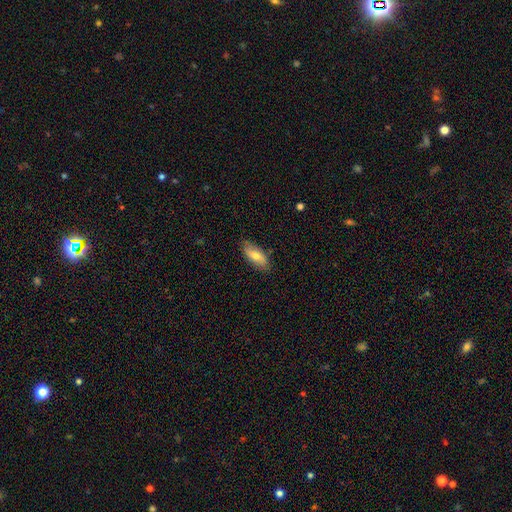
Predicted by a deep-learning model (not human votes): The model was most divided on "smooth or featured": smooth: 66%, featured or disk: 27%, star or artifact: 7%. More confident: merging — none (82%); how rounded — in between (77%).